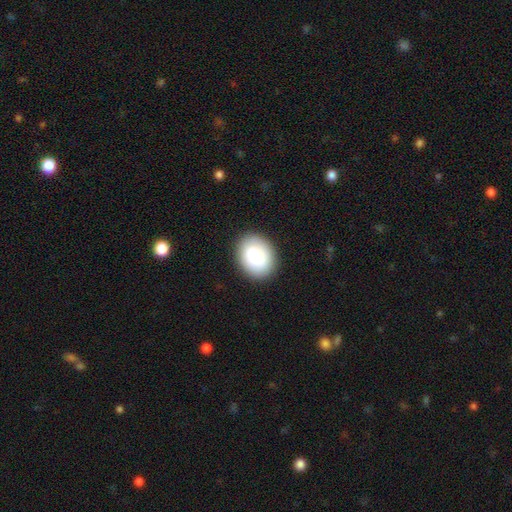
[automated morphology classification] Q: Smooth or featured?
A: smooth (81%); runner-up: featured or disk (12%)
Q: How rounded?
A: in between (63%); runner-up: round (36%)
Q: Merging?
A: none (88%); runner-up: minor disturbance (8%)